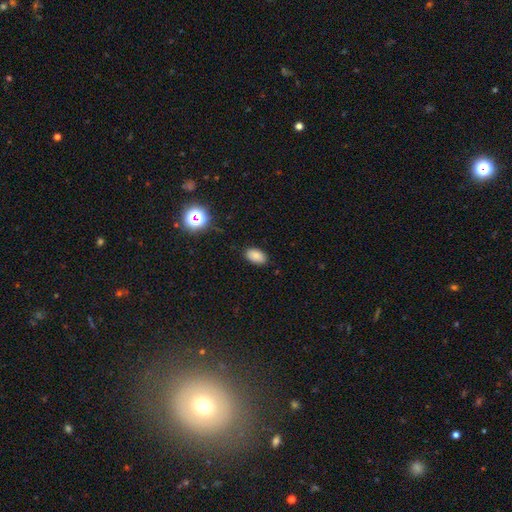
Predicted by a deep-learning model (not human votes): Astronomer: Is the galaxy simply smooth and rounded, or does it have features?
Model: smooth — 82%.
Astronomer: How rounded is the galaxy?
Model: in between — 93%.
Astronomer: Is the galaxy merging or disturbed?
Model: none — 87%.